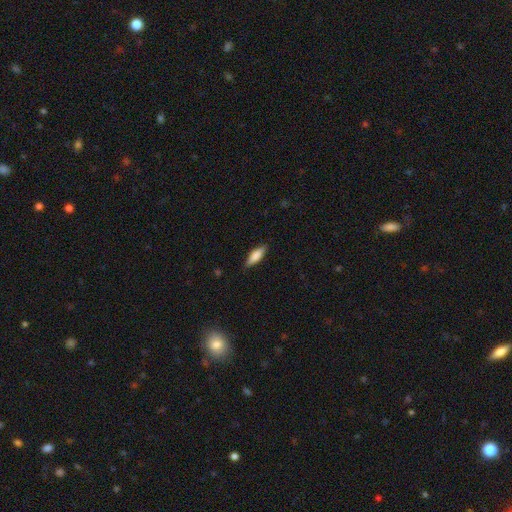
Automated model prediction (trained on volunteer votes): Q: Smooth or featured?
A: smooth (76%); runner-up: featured or disk (18%)
Q: How rounded?
A: in between (50%); runner-up: cigar-shaped (48%)
Q: Merging?
A: none (85%); runner-up: minor disturbance (12%)